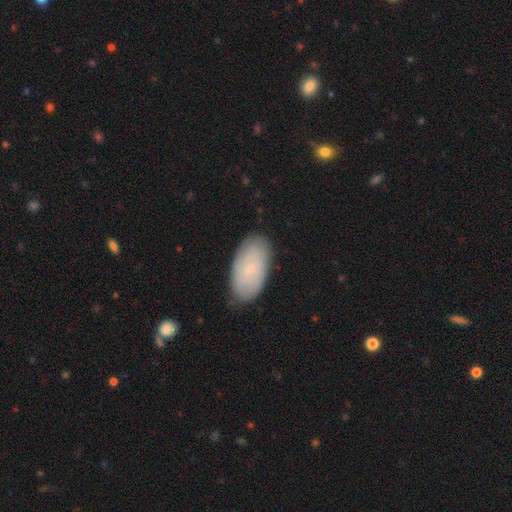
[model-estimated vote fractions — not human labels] The model was most divided on "smooth or featured": smooth: 53%, featured or disk: 40%, star or artifact: 7%. More confident: how rounded — in between (93%); merging — none (80%).